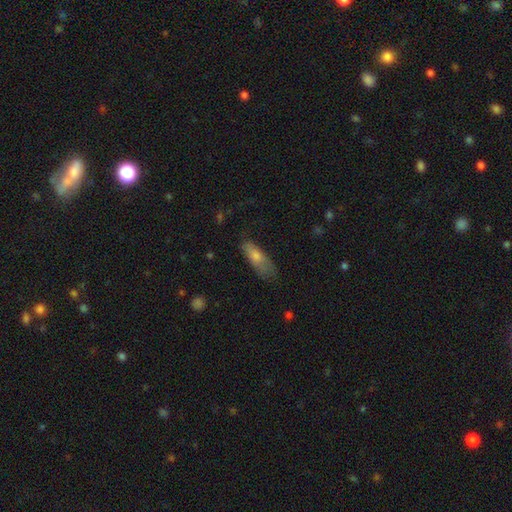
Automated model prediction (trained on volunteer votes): smooth_or_featured: smooth (p=0.69) [alt: featured or disk p=0.24]
how_rounded: in between (p=0.51) [alt: cigar-shaped p=0.46]
merging: none (p=0.64) [alt: minor disturbance p=0.26]